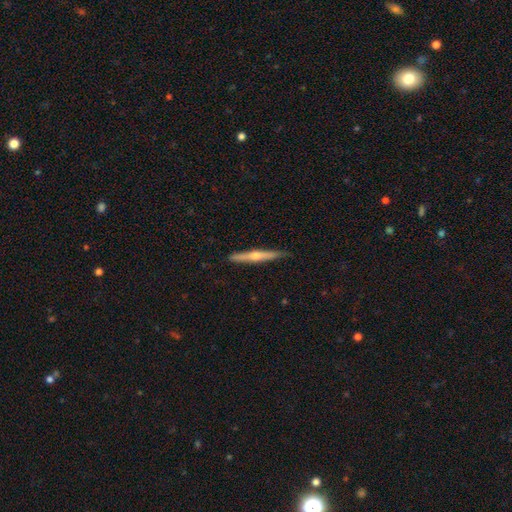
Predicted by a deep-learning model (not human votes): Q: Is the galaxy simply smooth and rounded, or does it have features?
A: featured or disk — 67%.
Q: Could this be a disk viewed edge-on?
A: yes — 97%.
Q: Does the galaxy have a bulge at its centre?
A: rounded — 85%.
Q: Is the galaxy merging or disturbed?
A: none — 90%.